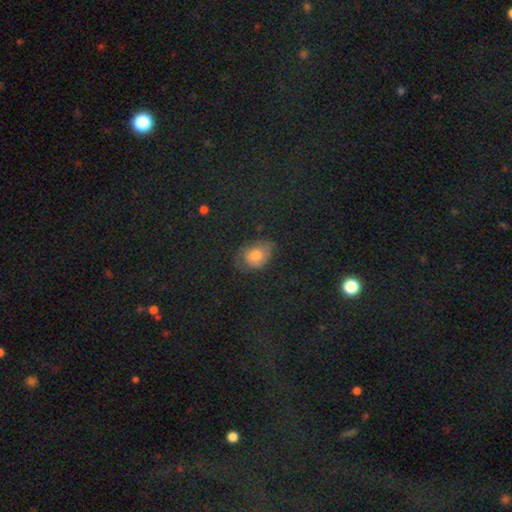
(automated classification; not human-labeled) Q: Smooth or featured?
A: smooth (59%); runner-up: star or artifact (24%)
Q: How rounded?
A: in between (69%); runner-up: round (29%)
Q: Merging?
A: none (65%); runner-up: minor disturbance (23%)